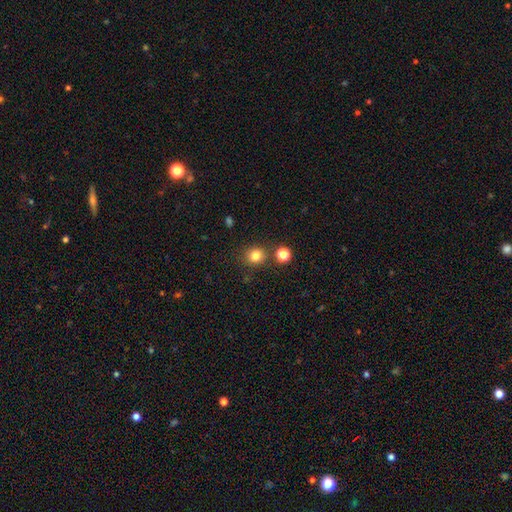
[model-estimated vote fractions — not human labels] Smooth or featured?
  - smooth: 80% *
  - star or artifact: 14%
  - featured or disk: 6%
How rounded?
  - round: 82% *
  - in between: 17%
  - cigar-shaped: 1%
Merging?
  - none: 81% *
  - minor disturbance: 9%
  - merger: 7%
  - major disturbance: 3%